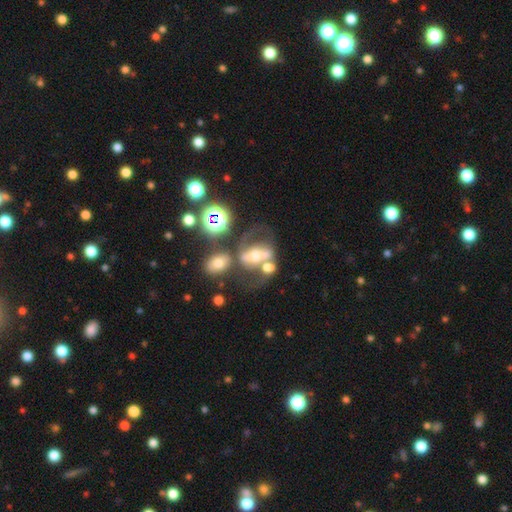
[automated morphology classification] Smooth or featured? featured or disk (63%)
Edge-on disk? no (87%)
Bar? strong (55%)
Spiral arms? yes (51%)
Bulge size? moderate (56%)
Merging? none (34%, tied with merger)